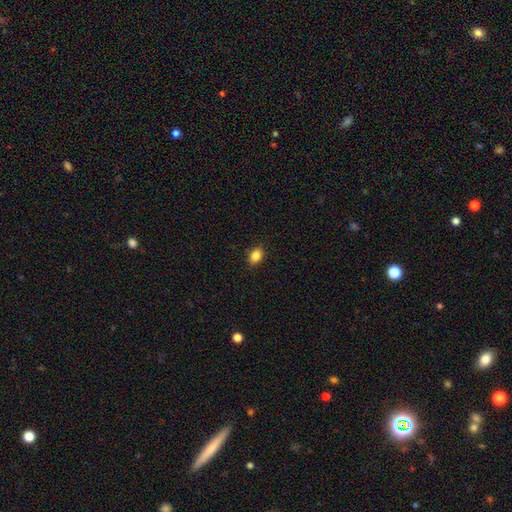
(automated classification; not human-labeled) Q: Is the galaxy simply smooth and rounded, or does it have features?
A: smooth — 86%.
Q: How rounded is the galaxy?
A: in between — 72%.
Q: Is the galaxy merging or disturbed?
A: none — 88%.